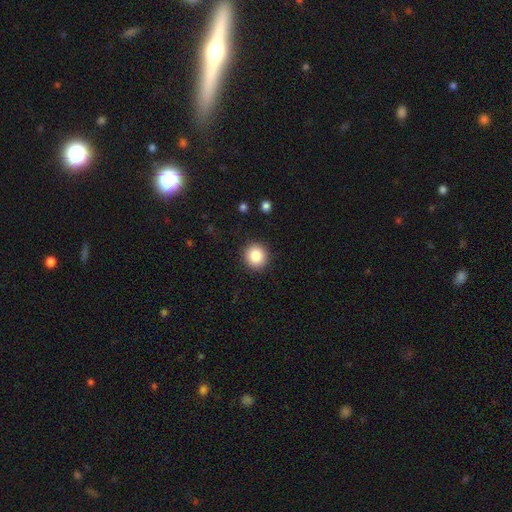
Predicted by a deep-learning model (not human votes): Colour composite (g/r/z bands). It shows a smooth galaxy with no disk features (85%) that is round (91%). Merging: none (91%).